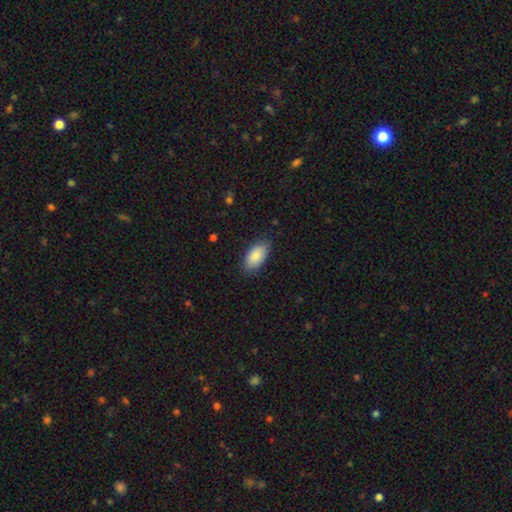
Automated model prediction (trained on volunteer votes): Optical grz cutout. It shows a smooth galaxy with no disk features (87%) that is in between round and cigar-shaped (93%). Merging: none (82%).